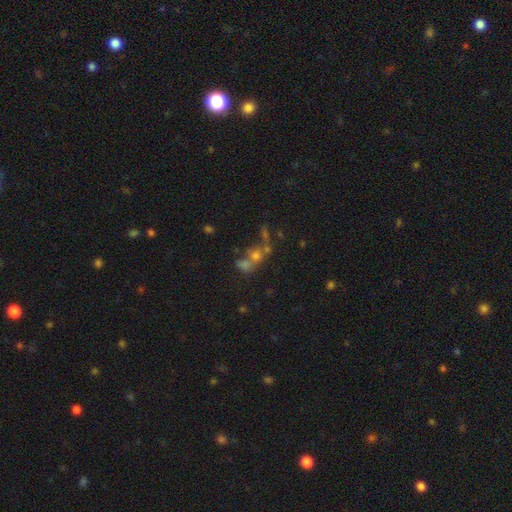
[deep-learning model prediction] Smooth or featured: smooth — 43% (star or artifact — 32%)
Merging: merger — 47% (none — 35%)